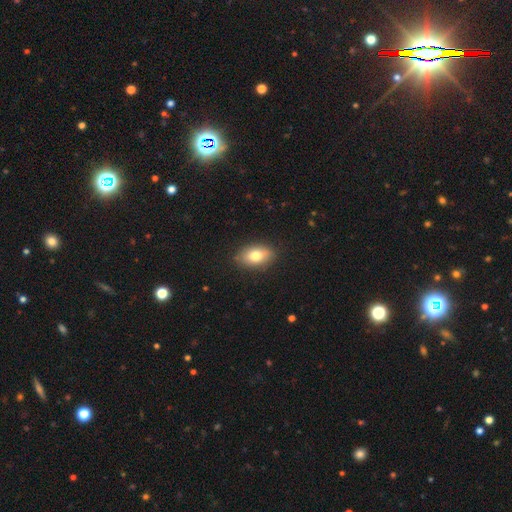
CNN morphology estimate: Smooth or featured? Predicted: smooth (p=0.78). How rounded? Predicted: in between (p=0.89). Merging? Predicted: none (p=0.85).